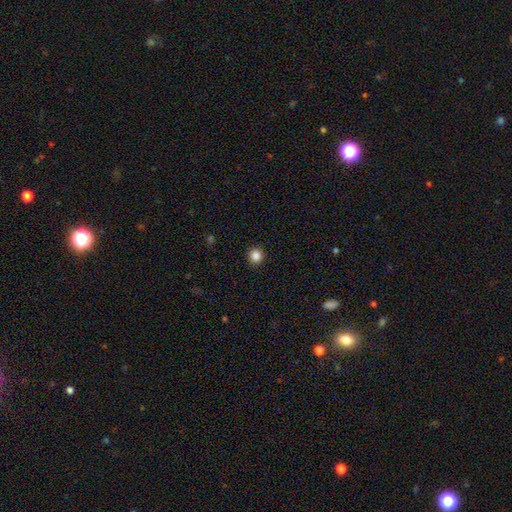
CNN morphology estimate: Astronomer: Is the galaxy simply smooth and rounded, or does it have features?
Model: smooth — 85%.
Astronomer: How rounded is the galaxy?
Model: round — 94%.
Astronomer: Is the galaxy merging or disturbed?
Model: none — 92%.